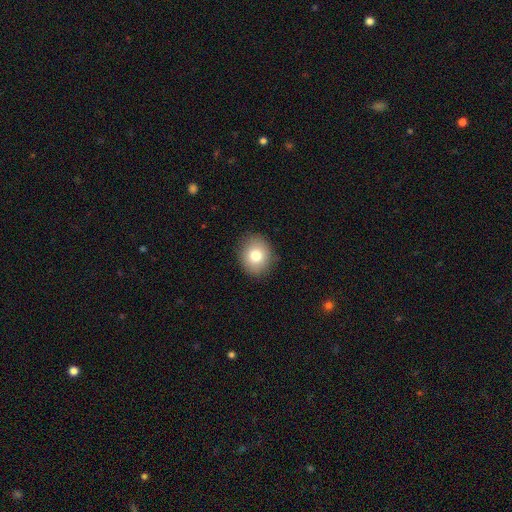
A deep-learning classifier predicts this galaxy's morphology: Smooth or featured? smooth (79%)
How rounded? round (69%)
Merging? none (88%)